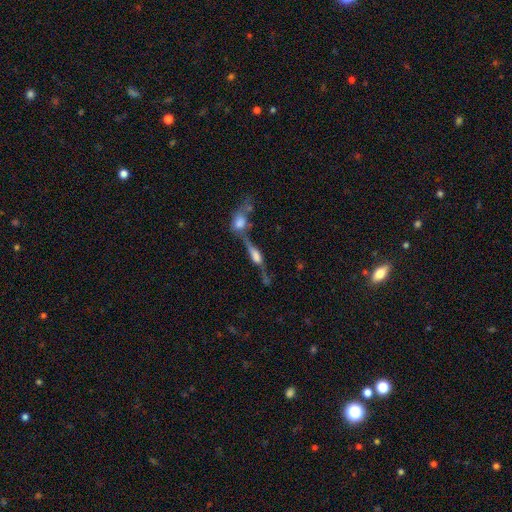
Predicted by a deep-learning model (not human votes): This is possibly a featured or disk galaxy (59%). It is likely viewed edge-on (73%). Merging: possibly merger (49%).